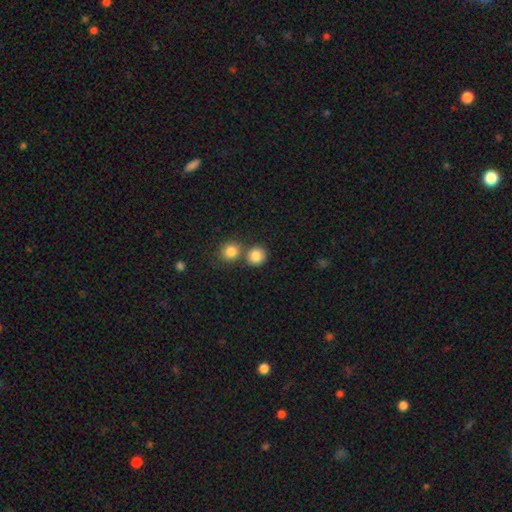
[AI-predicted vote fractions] Morphology: type=smooth (85%); roundness=round (87%); merging=none (59%).